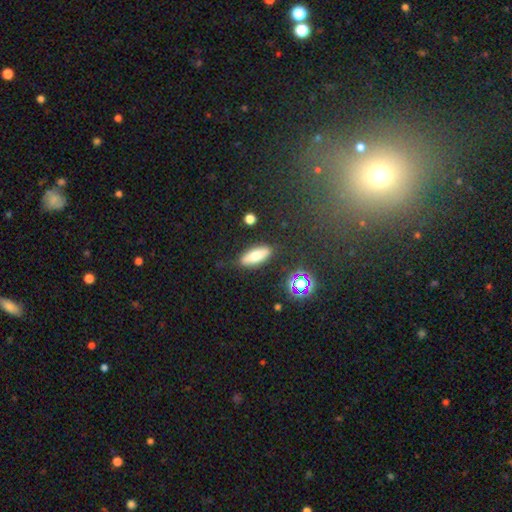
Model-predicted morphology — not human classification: type=smooth (71%); roundness=in between (69%); merging=none (83%).